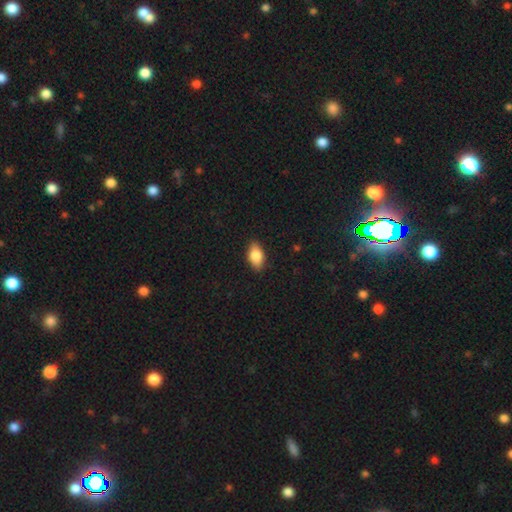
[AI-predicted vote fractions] Smooth or featured? smooth (83%)
How rounded? in between (91%)
Merging? none (88%)